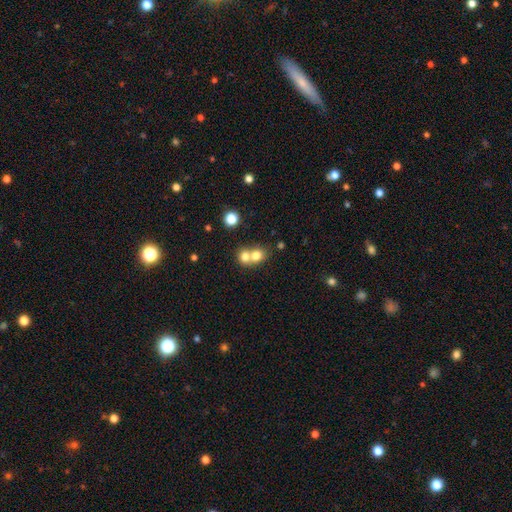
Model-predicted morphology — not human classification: smooth-or-featured: smooth: 74% | featured or disk: 14% | star or artifact: 11%
  how-rounded: round: 74% | in between: 25% | cigar-shaped: 1%
  merging: merger: 62% | none: 31% | minor disturbance: 5% | major disturbance: 2%